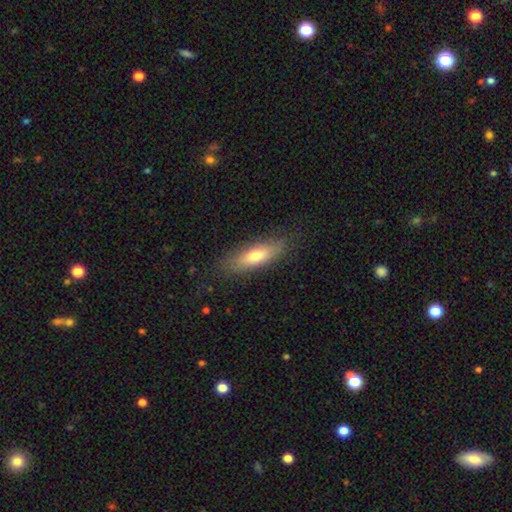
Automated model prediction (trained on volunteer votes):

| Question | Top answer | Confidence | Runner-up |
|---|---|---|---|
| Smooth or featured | smooth | 69% | featured or disk (25%) |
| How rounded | in between | 53% | cigar-shaped (44%) |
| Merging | none | 83% | minor disturbance (13%) |